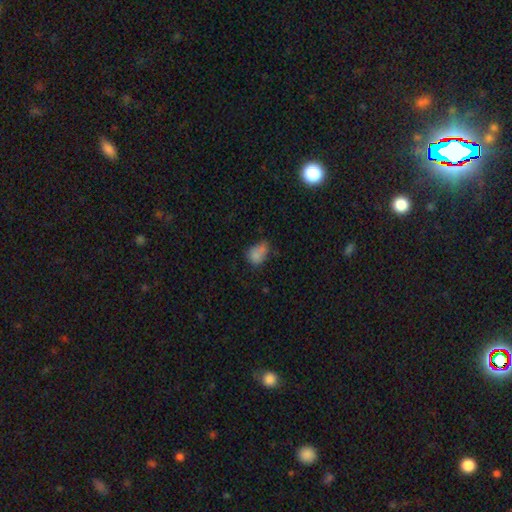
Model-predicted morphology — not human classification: smooth-or-featured: smooth: 77% | star or artifact: 12% | featured or disk: 11%
  how-rounded: in between: 71% | round: 28% | cigar-shaped: 2%
  merging: none: 37% | minor disturbance: 33% | major disturbance: 16% | merger: 13%